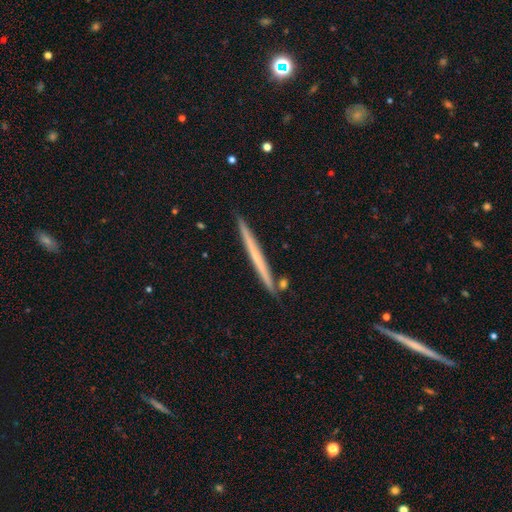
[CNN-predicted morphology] type=featured or disk (48%); merging=none (89%).